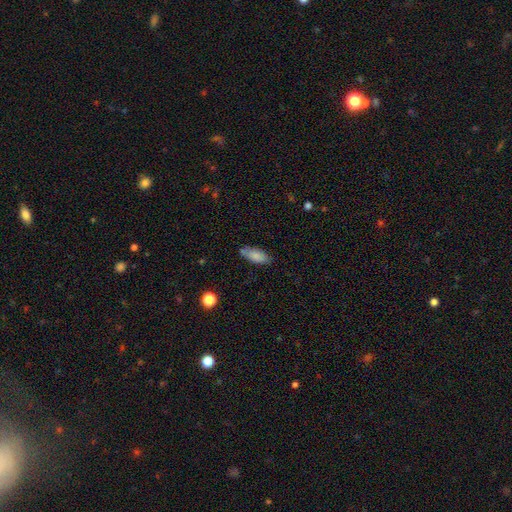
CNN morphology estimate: Smooth or featured?
  - smooth: 82% *
  - featured or disk: 11%
  - star or artifact: 7%
How rounded?
  - in between: 79% *
  - cigar-shaped: 18%
  - round: 2%
Merging?
  - none: 69% *
  - minor disturbance: 21%
  - merger: 5%
  - major disturbance: 4%